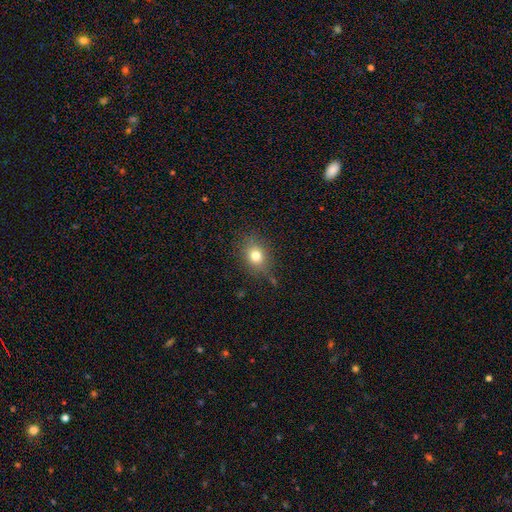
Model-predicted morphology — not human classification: smooth_or_featured: smooth (p=0.78) [alt: star or artifact p=0.12]
how_rounded: round (p=0.51) [alt: in between p=0.47]
merging: none (p=0.80) [alt: minor disturbance p=0.14]